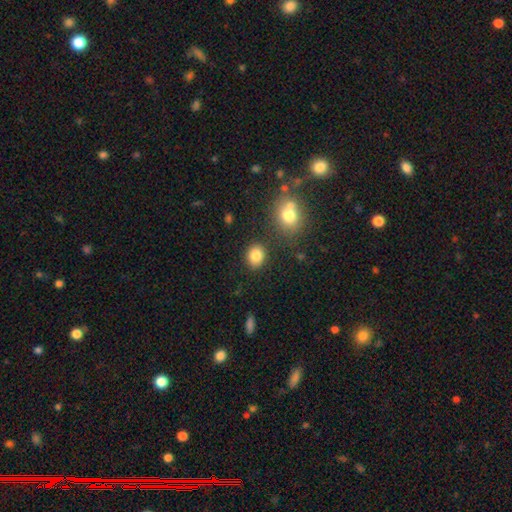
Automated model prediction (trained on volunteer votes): smooth-or-featured: smooth: 84% | star or artifact: 10% | featured or disk: 6%
  how-rounded: round: 64% | in between: 35% | cigar-shaped: 1%
  merging: none: 84% | minor disturbance: 9% | merger: 4% | major disturbance: 3%